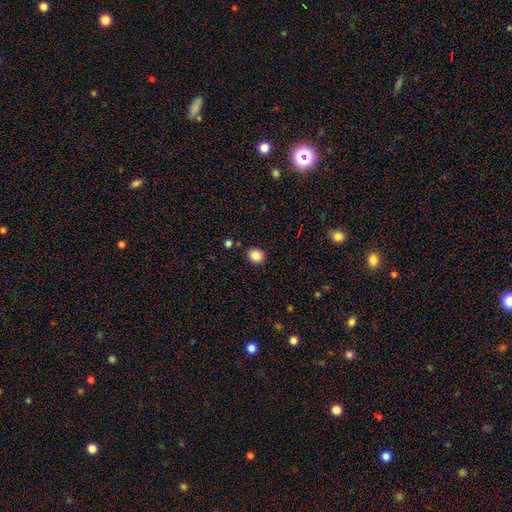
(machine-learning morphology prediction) Overall: smooth (86%). How rounded: round (75%). Merging: none (88%).